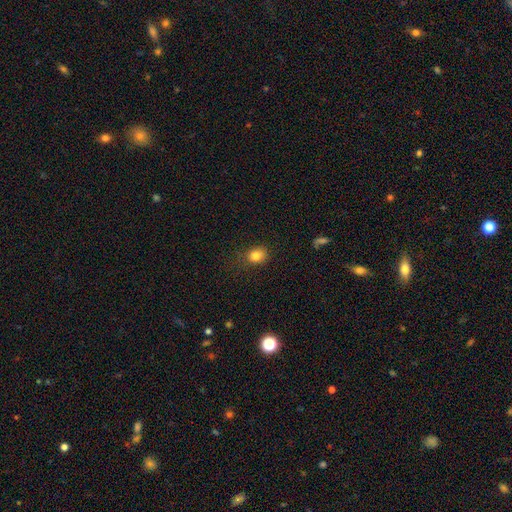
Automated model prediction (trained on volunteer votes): Smooth or featured? Predicted: smooth (p=0.81). How rounded? Predicted: round (p=0.51). Merging? Predicted: none (p=0.76).